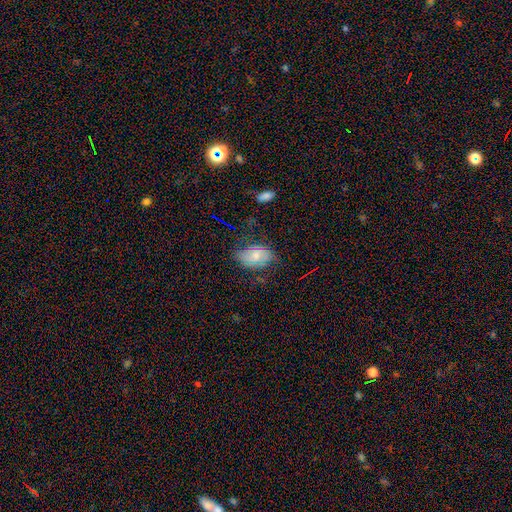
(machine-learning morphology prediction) Smooth or featured? Predicted: smooth (p=0.58). How rounded? Predicted: in between (p=0.88). Merging? Predicted: none (p=0.67).